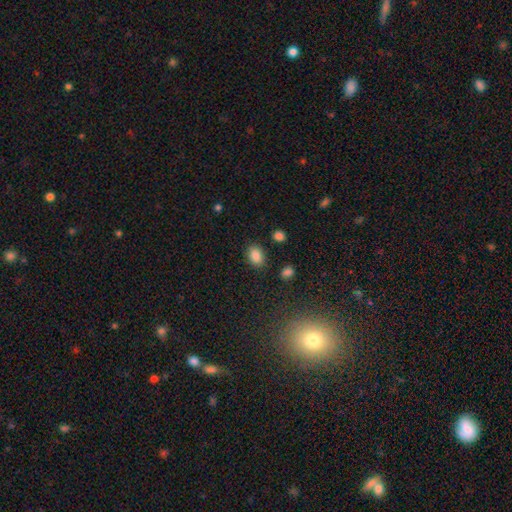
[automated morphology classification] This appears to be a smooth galaxy with no disk features (85%) that is in between round and cigar-shaped (75%). Merging: none (83%).